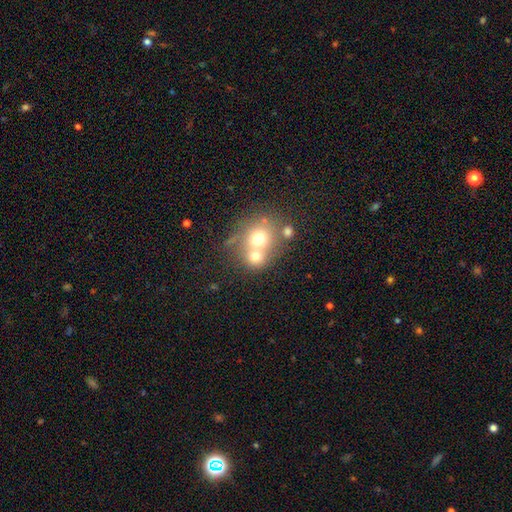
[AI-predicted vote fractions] This is likely a smooth galaxy (66%). How rounded: likely round (77%). Merging: possibly merger (55%).